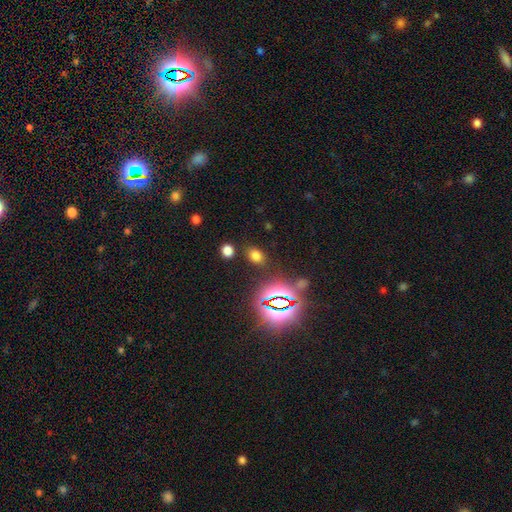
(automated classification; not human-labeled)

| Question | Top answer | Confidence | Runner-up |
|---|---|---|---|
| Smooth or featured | smooth | 66% | star or artifact (27%) |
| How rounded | in between | 71% | round (28%) |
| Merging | none | 82% | minor disturbance (9%) |